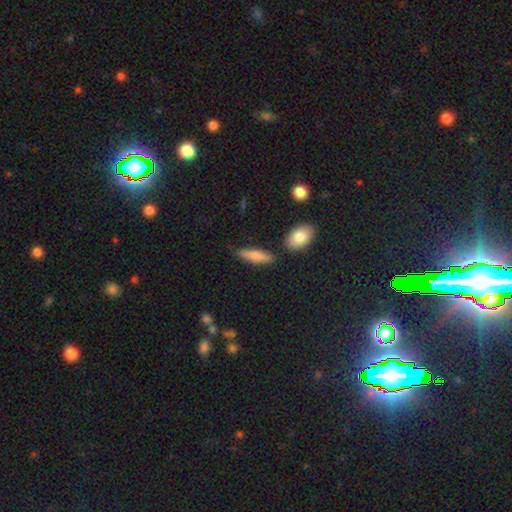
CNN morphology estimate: This appears to be a smooth galaxy with no disk features (79%) that is cigar-shaped (56%). Merging: none (77%).